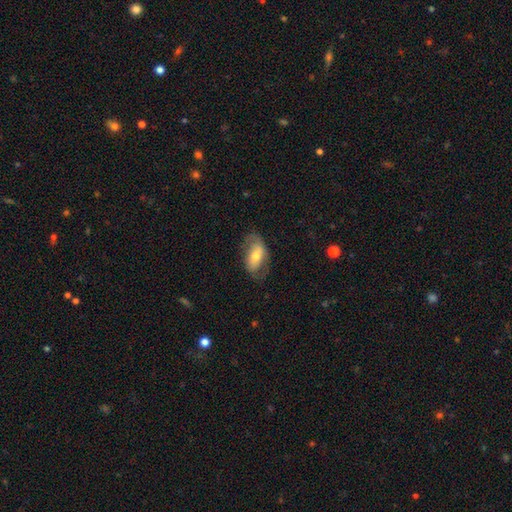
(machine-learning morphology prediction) smooth_or_featured: featured or disk (p=0.48) [alt: smooth p=0.45]
merging: none (p=0.64) [alt: minor disturbance p=0.21]